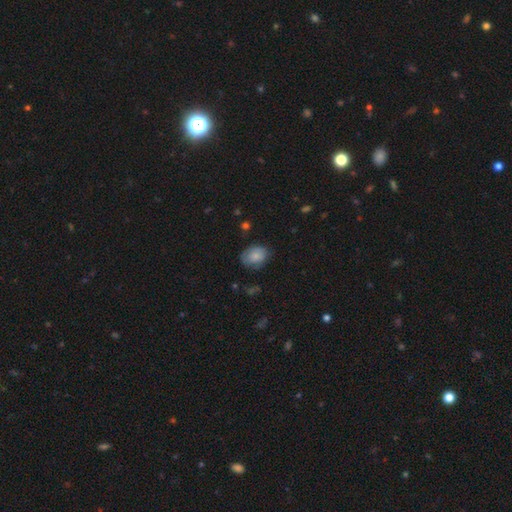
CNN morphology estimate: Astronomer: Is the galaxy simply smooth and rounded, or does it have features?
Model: smooth — 78%.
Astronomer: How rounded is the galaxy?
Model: in between — 63%.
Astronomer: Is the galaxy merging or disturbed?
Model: none — 69%.